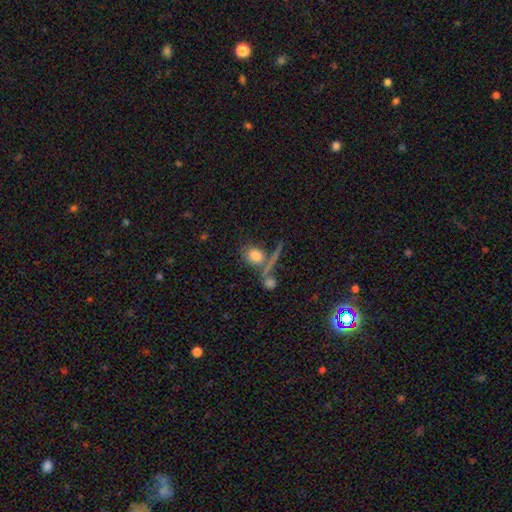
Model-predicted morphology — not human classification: Q: Smooth or featured?
A: smooth (74%); runner-up: featured or disk (15%)
Q: How rounded?
A: round (55%); runner-up: in between (39%)
Q: Merging?
A: none (51%); runner-up: merger (27%)